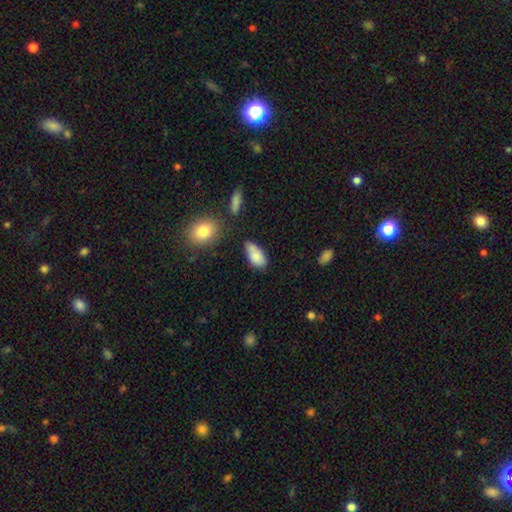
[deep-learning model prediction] This appears to be a smooth galaxy with no disk features (80%) that is in between round and cigar-shaped (91%). Merging: none (50%).